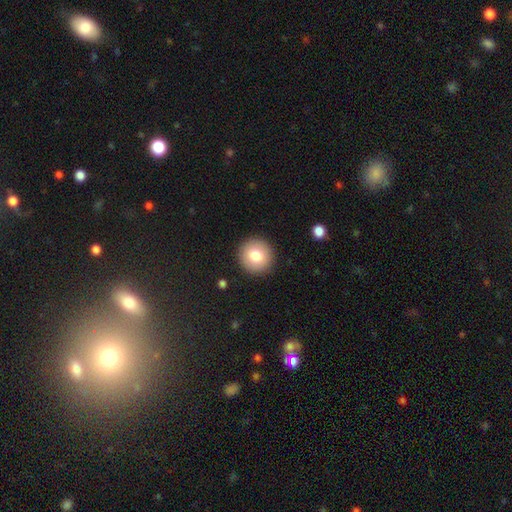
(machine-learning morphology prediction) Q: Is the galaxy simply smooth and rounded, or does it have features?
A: smooth — 78%.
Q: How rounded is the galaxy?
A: round — 95%.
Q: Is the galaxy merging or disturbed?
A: none — 92%.